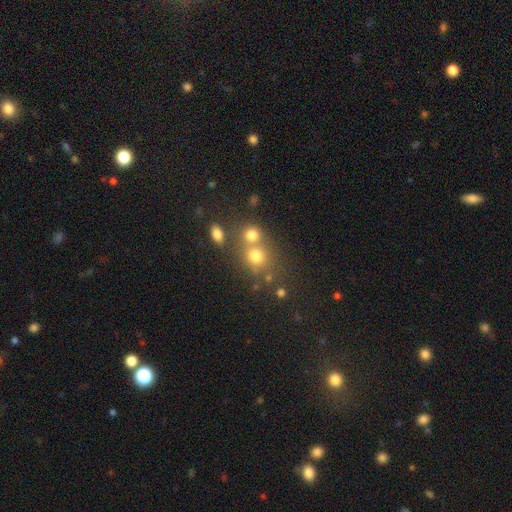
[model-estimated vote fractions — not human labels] smooth 72%, star or artifact 16%, featured or disk 12%. Down the decision tree: how rounded — round (80%); merging — none (47%).